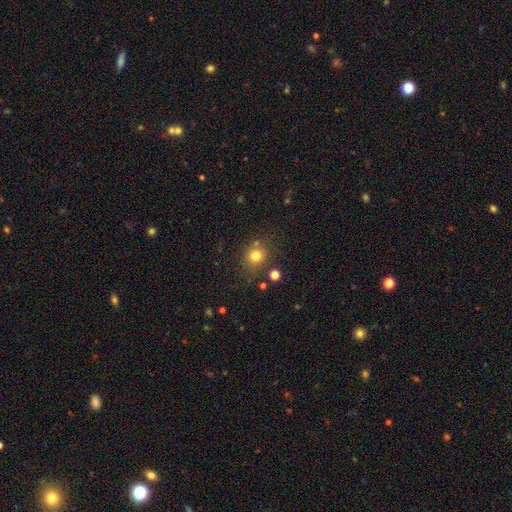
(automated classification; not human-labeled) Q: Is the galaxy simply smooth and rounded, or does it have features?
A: smooth — 77%.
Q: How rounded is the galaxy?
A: round — 82%.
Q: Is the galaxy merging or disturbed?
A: none — 76%.